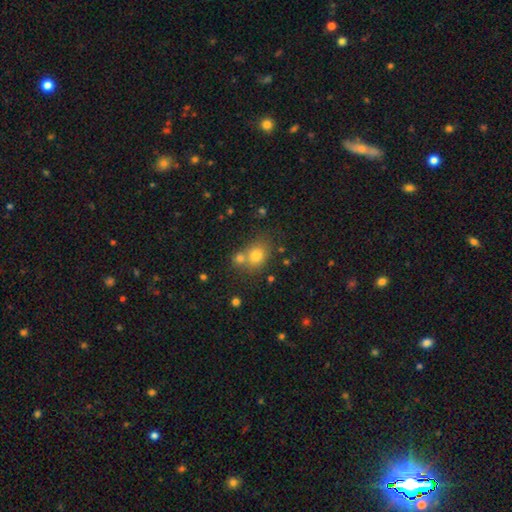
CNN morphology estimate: A smooth galaxy with no disk features (75%) that is round (60%).

Vote fractions:
- Smooth or featured? smooth: 75% / star or artifact: 14% / featured or disk: 11%
- How rounded? round: 60% / in between: 39% / cigar-shaped: 1%
- Merging? none: 53% / merger: 32% / minor disturbance: 11% / major disturbance: 4%